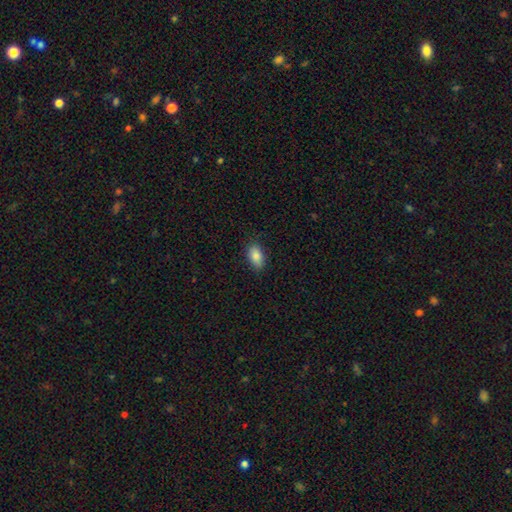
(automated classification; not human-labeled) The model was most divided on "merging": none: 85%, minor disturbance: 12%, major disturbance: 3%, merger: 1%. More confident: how rounded — in between (91%); smooth or featured — smooth (86%).